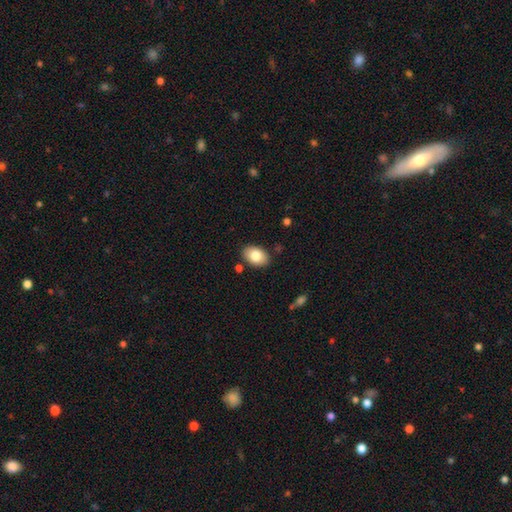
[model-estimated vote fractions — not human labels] The model was most divided on "smooth or featured": smooth: 81%, featured or disk: 12%, star or artifact: 7%. More confident: how rounded — in between (87%); merging — none (86%).